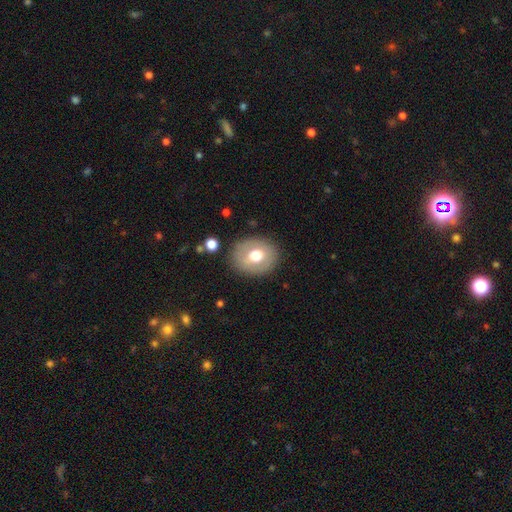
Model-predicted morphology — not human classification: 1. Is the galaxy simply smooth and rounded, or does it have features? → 62% smooth, 31% featured or disk, 8% star or artifact.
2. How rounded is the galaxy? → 59% round, 40% in between, 1% cigar-shaped.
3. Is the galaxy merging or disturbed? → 84% none, 10% minor disturbance, 4% major disturbance, 2% merger.